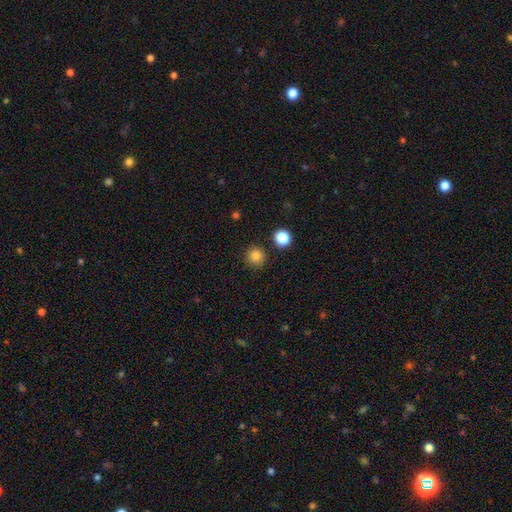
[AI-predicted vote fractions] The model was most divided on "smooth or featured": smooth: 84%, star or artifact: 12%, featured or disk: 4%. More confident: how rounded — round (94%); merging — none (89%).